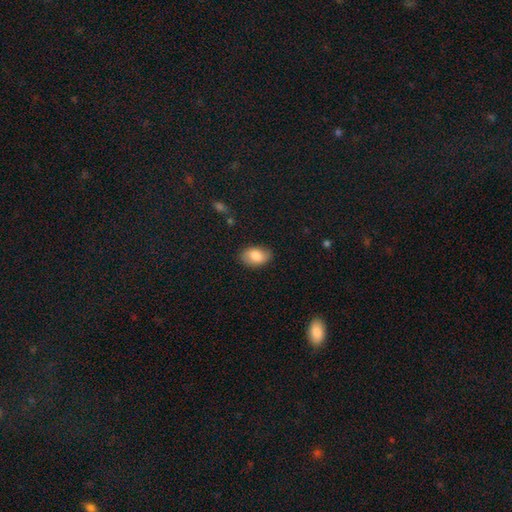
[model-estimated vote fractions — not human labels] This appears to be a smooth galaxy with no disk features (82%) that is in between round and cigar-shaped (89%). Merging: none (82%).